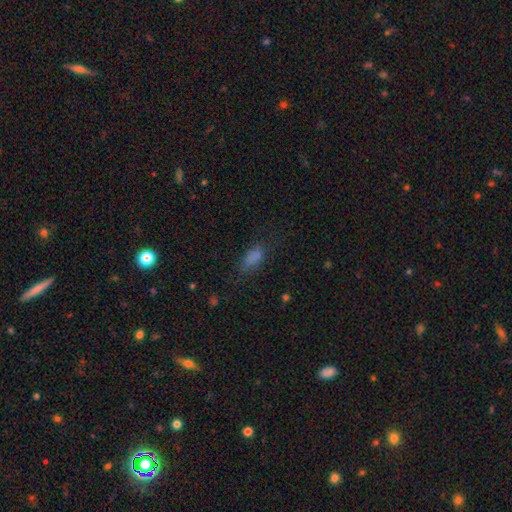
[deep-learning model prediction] Smooth or featured? Predicted: smooth (p=0.76). How rounded? Predicted: in between (p=0.78). Merging? Predicted: none (p=0.61).